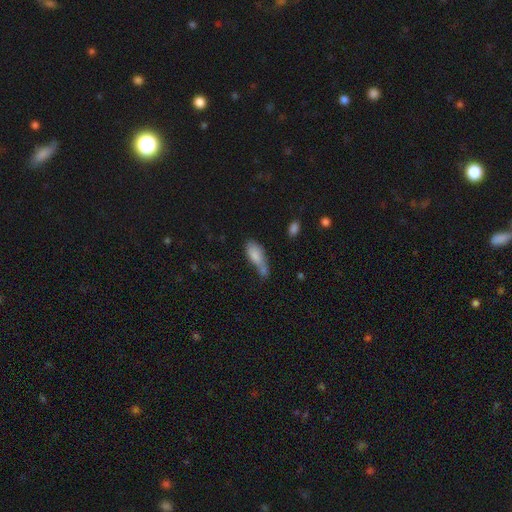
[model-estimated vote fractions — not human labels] Q: Smooth or featured?
A: smooth (79%); runner-up: featured or disk (12%)
Q: How rounded?
A: in between (78%); runner-up: cigar-shaped (19%)
Q: Merging?
A: merger (34%); runner-up: none (27%)